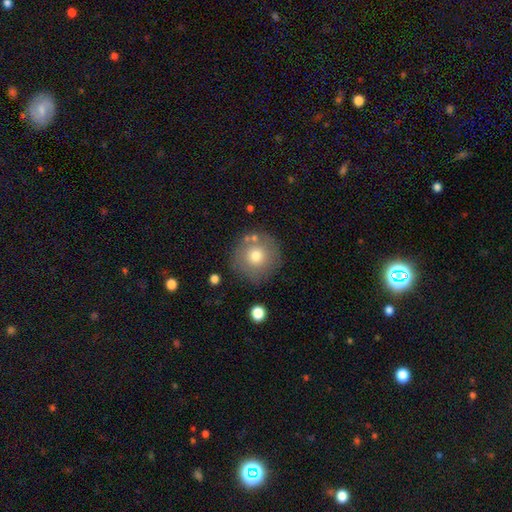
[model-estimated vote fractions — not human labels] This is likely a smooth galaxy (72%). How rounded: clearly round (95%). Merging: likely none (80%).